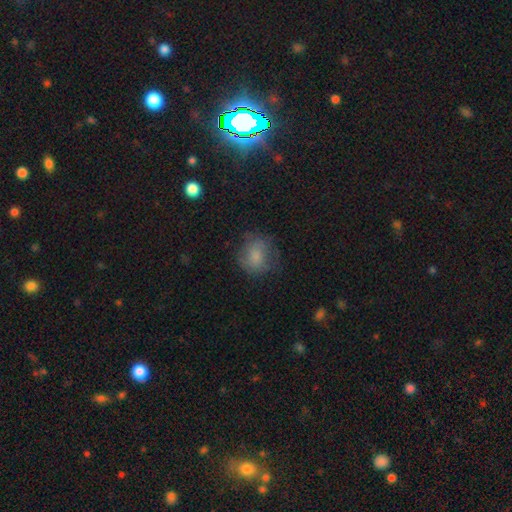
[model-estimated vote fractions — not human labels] Smooth or featured?
  - smooth: 75% *
  - featured or disk: 15%
  - star or artifact: 10%
How rounded?
  - round: 70% *
  - in between: 29%
  - cigar-shaped: 1%
Merging?
  - none: 63% *
  - minor disturbance: 23%
  - major disturbance: 13%
  - merger: 1%